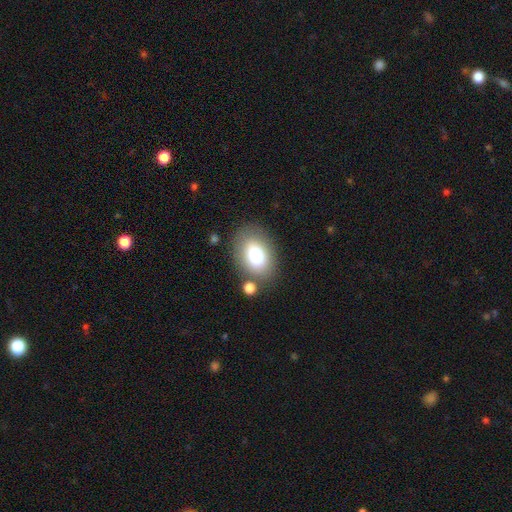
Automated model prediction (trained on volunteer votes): Q: Smooth or featured?
A: smooth (82%); runner-up: featured or disk (10%)
Q: How rounded?
A: in between (84%); runner-up: round (15%)
Q: Merging?
A: none (74%); runner-up: minor disturbance (13%)